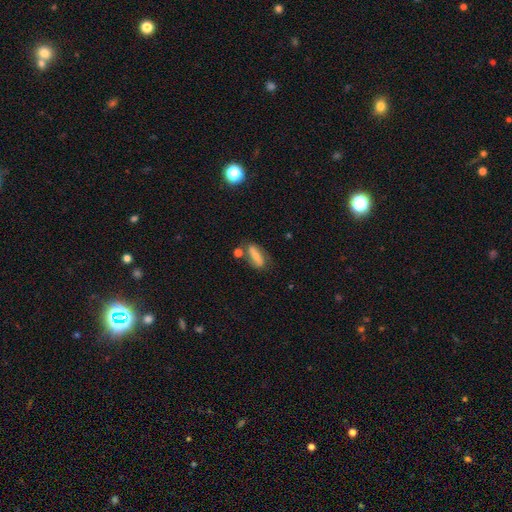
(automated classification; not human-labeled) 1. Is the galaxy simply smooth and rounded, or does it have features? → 57% smooth, 34% featured or disk, 10% star or artifact.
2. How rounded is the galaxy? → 58% in between, 37% cigar-shaped, 5% round.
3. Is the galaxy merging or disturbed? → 57% none, 20% minor disturbance, 14% merger, 8% major disturbance.